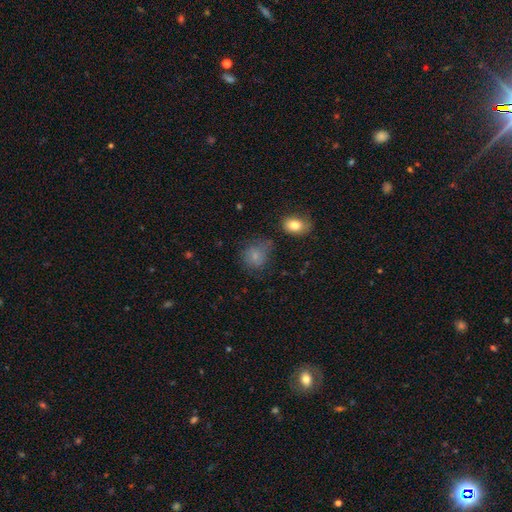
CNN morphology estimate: Overall: smooth (78%). How rounded: round (69%; in between 30%). Merging: none (60%; minor disturbance 23%).